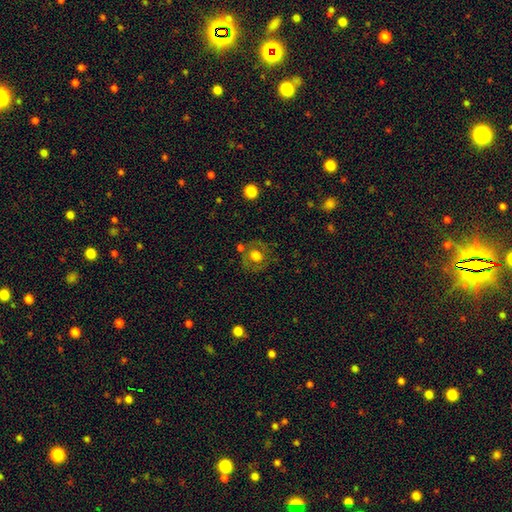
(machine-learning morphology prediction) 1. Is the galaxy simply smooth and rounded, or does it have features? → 54% smooth, 38% featured or disk, 9% star or artifact.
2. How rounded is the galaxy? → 80% round, 19% in between, 1% cigar-shaped.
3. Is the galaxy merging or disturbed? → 71% none, 15% minor disturbance, 8% major disturbance, 6% merger.